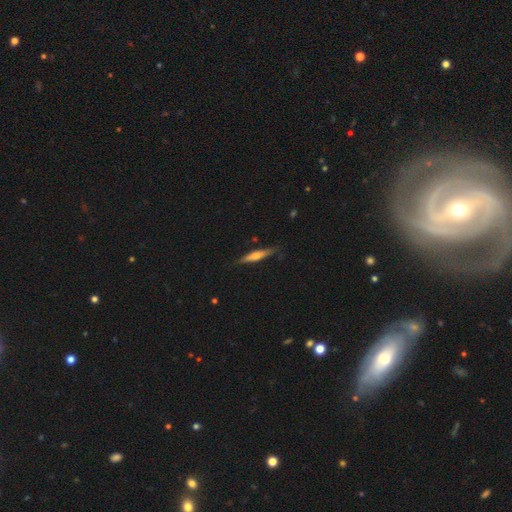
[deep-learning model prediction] Morphology: type=featured or disk (48%); merging=none (82%).